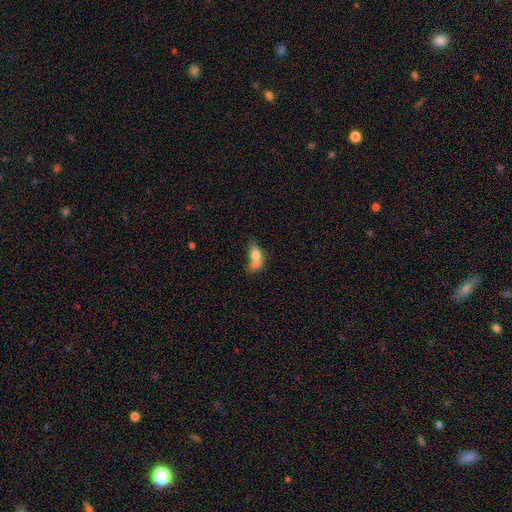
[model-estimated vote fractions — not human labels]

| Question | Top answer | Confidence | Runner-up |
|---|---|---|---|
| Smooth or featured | smooth | 72% | featured or disk (19%) |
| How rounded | in between | 80% | round (12%) |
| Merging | merger | 43% | none (24%) |